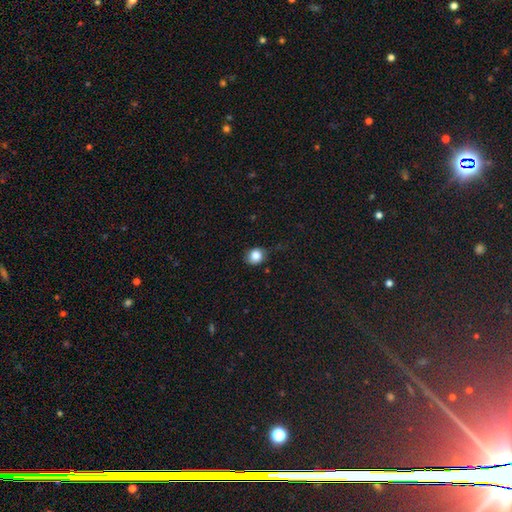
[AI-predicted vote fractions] Overall: smooth (84%). How rounded: round (75%). Merging: none (73%).